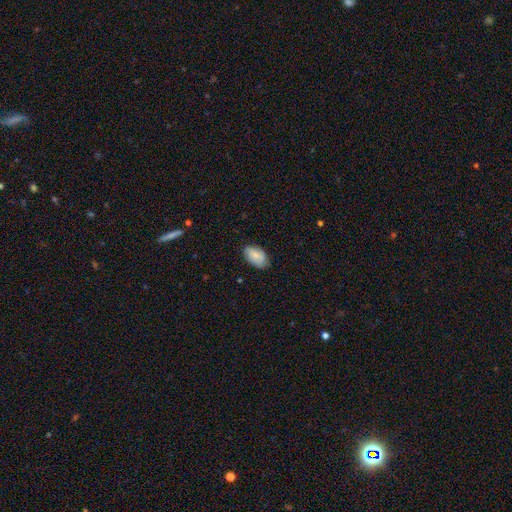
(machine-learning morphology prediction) Overall: smooth (78%). How rounded: in between (94%). Merging: none (78%).